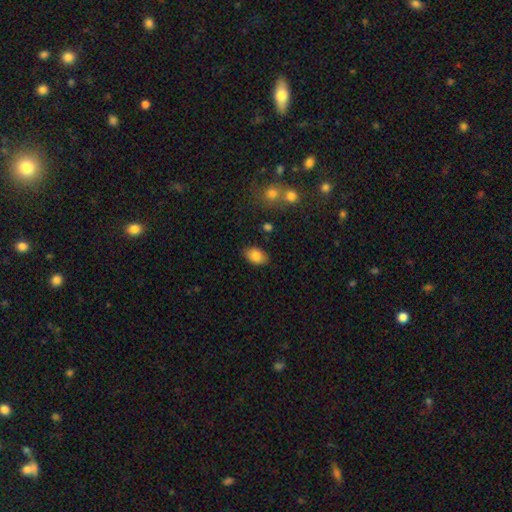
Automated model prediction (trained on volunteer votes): A smooth galaxy with no disk features (84%) that is in between round and cigar-shaped (89%).

Vote fractions:
- Smooth or featured? smooth: 84% / star or artifact: 8% / featured or disk: 8%
- How rounded? in between: 89% / round: 10% / cigar-shaped: 1%
- Merging? none: 85% / minor disturbance: 10% / major disturbance: 2% / merger: 2%